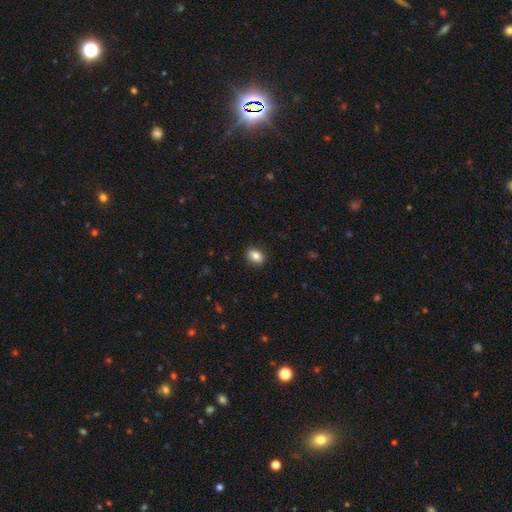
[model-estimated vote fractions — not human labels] This is clearly a smooth galaxy (86%). How rounded: likely in between (76%). Merging: clearly none (89%).